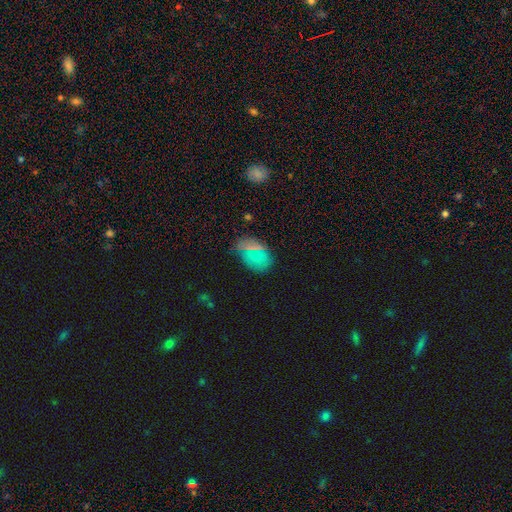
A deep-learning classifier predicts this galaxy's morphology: Q: Smooth or featured?
A: smooth (69%); runner-up: star or artifact (21%)
Q: How rounded?
A: in between (79%); runner-up: round (19%)
Q: Merging?
A: none (75%); runner-up: minor disturbance (17%)